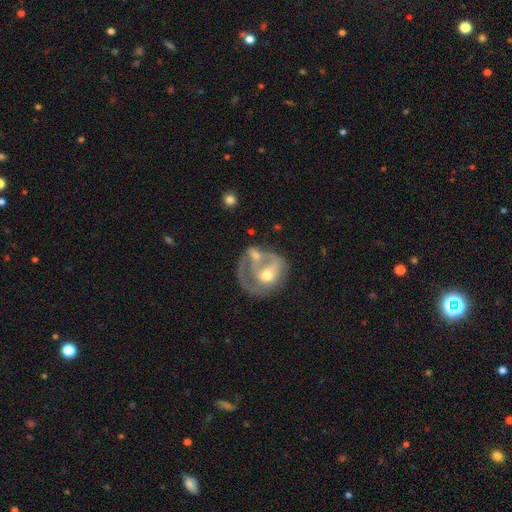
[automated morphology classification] The model was most divided on "spiral arms": no: 59%, yes: 41%. Remaining: edge-on disk — no (97%); bar — no (76%); bulge size — moderate (61%); smooth or featured — featured or disk (57%); merging — merger (43%).